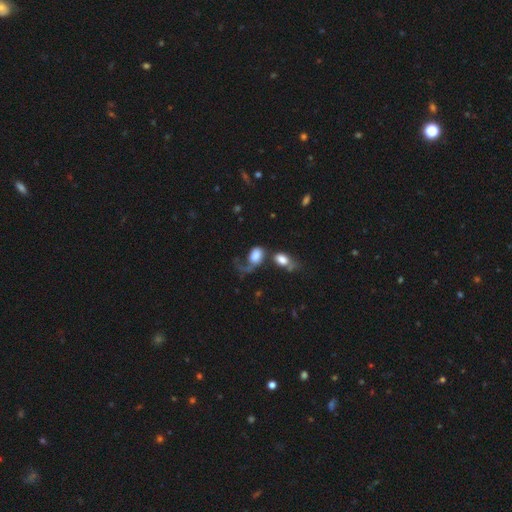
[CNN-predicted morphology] smooth_or_featured: smooth (p=0.68) [alt: featured or disk p=0.23]
how_rounded: in between (p=0.77) [alt: round p=0.21]
merging: major disturbance (p=0.37) [alt: merger p=0.32]